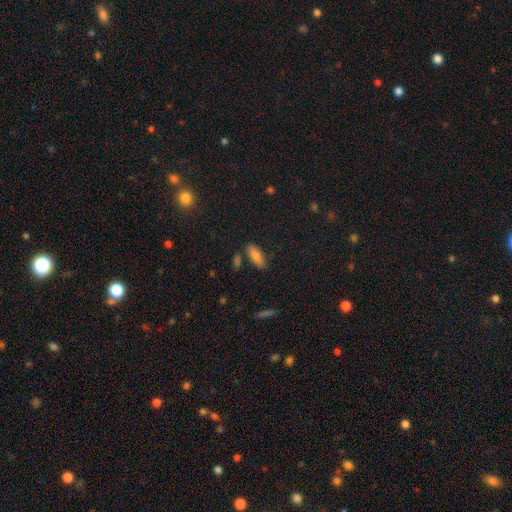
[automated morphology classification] smooth-or-featured: smooth: 81% | featured or disk: 11% | star or artifact: 8%
  how-rounded: in between: 75% | cigar-shaped: 22% | round: 2%
  merging: none: 78% | minor disturbance: 13% | merger: 6% | major disturbance: 3%